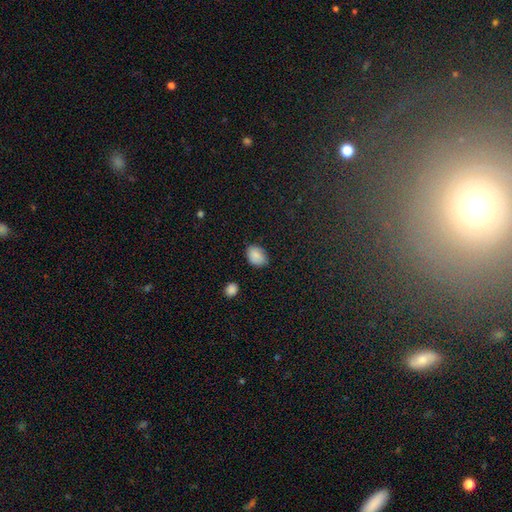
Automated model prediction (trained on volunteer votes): This appears to be a smooth galaxy with no disk features (85%) that is in between round and cigar-shaped (74%). Merging: none (77%).